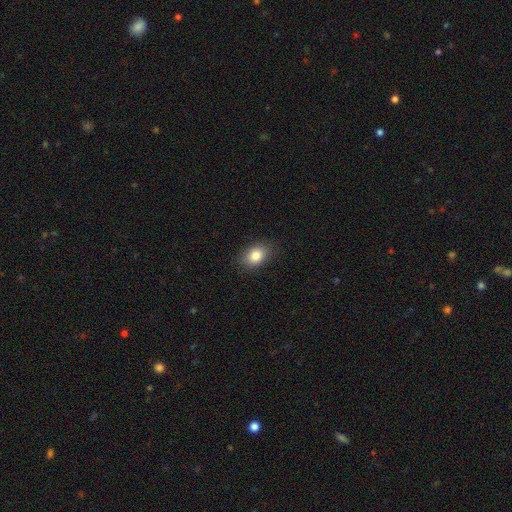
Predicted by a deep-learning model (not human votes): smooth-or-featured: smooth: 83% | star or artifact: 9% | featured or disk: 8%
  how-rounded: in between: 75% | round: 24% | cigar-shaped: 1%
  merging: none: 86% | minor disturbance: 10% | major disturbance: 3% | merger: 1%